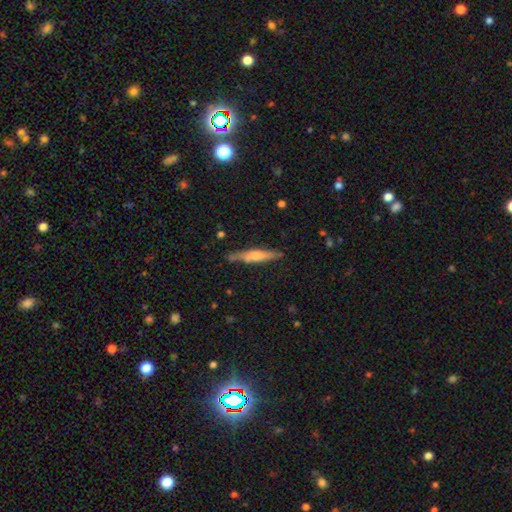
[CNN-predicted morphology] Smooth or featured? Predicted: smooth (p=0.54). How rounded? Predicted: cigar-shaped (p=0.88). Merging? Predicted: none (p=0.75).